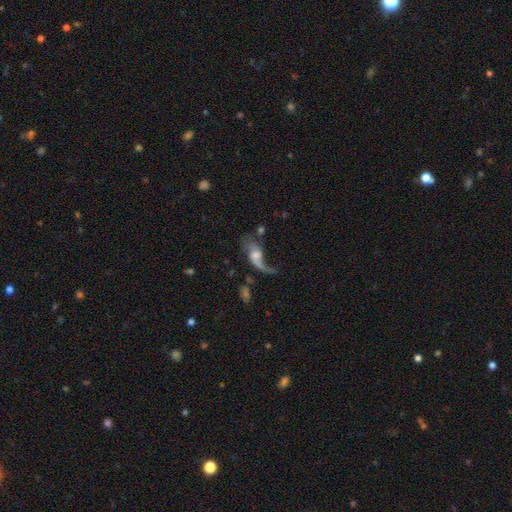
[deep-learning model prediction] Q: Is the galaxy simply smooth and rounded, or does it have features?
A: featured or disk — 73%.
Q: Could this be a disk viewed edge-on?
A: no — 93%.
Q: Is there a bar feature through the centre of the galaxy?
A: no — 58%.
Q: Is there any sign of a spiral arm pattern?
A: yes — 85%.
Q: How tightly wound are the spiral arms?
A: loose — 86%.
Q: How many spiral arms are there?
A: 2 — 58%.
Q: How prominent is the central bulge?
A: moderate — 43%.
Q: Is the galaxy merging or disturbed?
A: major disturbance — 40%.